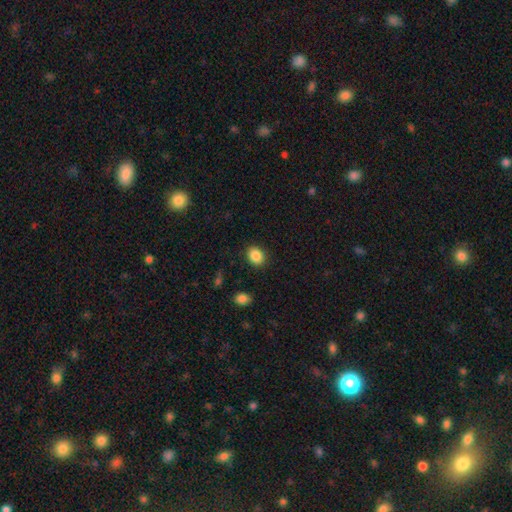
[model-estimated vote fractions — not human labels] Smooth or featured? smooth (87%)
How rounded? in between (50%)
Merging? none (88%)